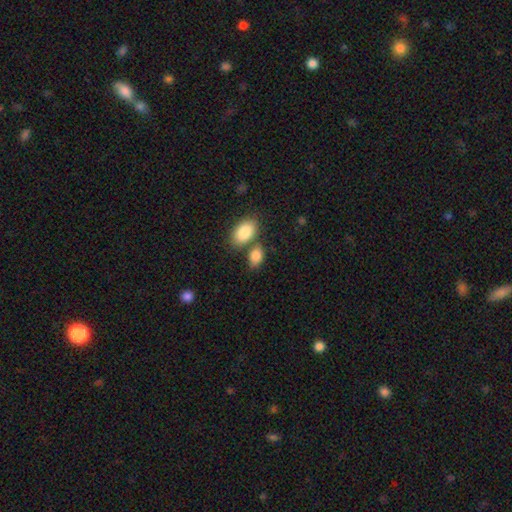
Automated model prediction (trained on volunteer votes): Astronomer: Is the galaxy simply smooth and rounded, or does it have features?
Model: smooth — 87%.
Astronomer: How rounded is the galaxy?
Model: in between — 87%.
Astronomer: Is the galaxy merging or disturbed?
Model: none — 52% (runner-up: merger, 30%).